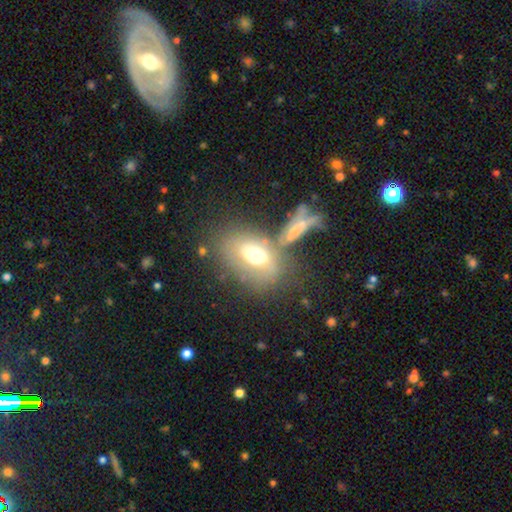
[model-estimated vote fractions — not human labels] This appears to be a smooth galaxy with no disk features (57%) that is in between round and cigar-shaped (80%). Merging: none (44%).